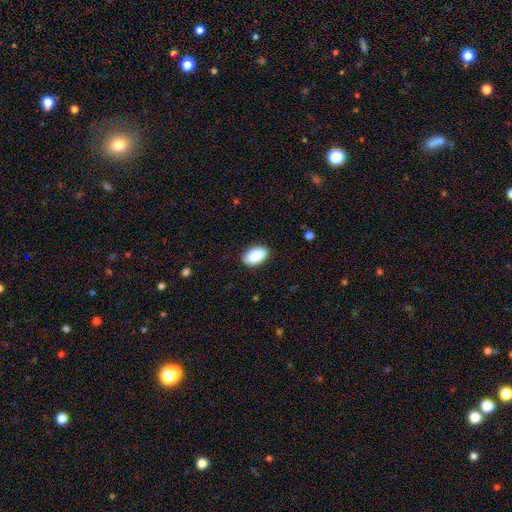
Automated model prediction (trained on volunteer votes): This appears to be a smooth galaxy with no disk features (88%) that is in between round and cigar-shaped (94%). Merging: none (86%).